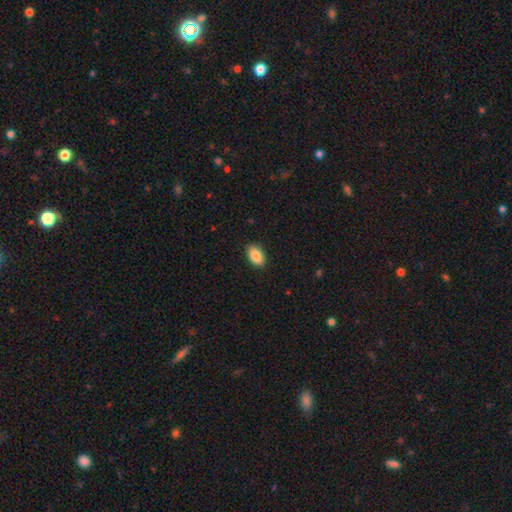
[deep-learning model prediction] smooth 88%, star or artifact 7%, featured or disk 5%. Down the decision tree: how rounded — in between (94%); merging — none (90%).